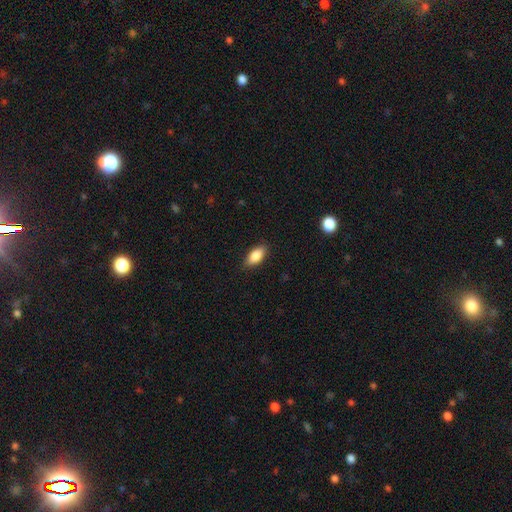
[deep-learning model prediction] Q: Smooth or featured?
A: smooth (85%); runner-up: featured or disk (8%)
Q: How rounded?
A: in between (87%); runner-up: cigar-shaped (9%)
Q: Merging?
A: none (86%); runner-up: minor disturbance (11%)